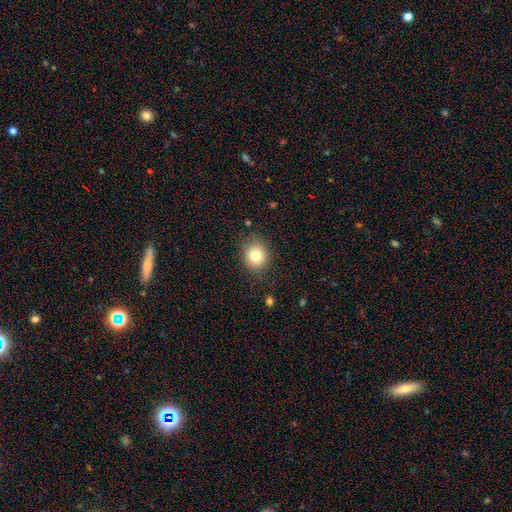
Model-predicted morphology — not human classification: The model was most divided on "how rounded": round: 74%, in between: 25%, cigar-shaped: 1%. More confident: merging — none (83%); smooth or featured — smooth (79%).